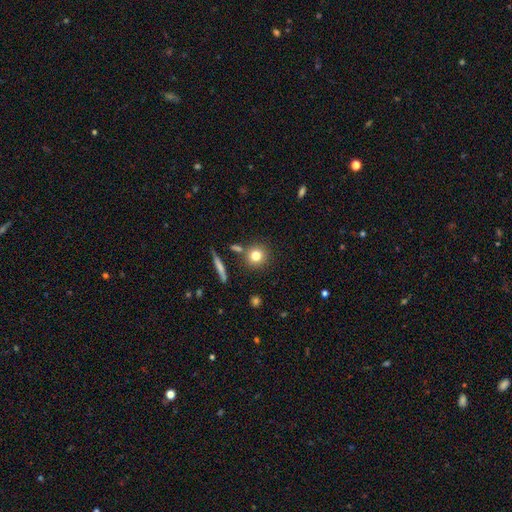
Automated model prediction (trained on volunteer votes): Overall: smooth (79%). How rounded: round (91%). Merging: none (80%).